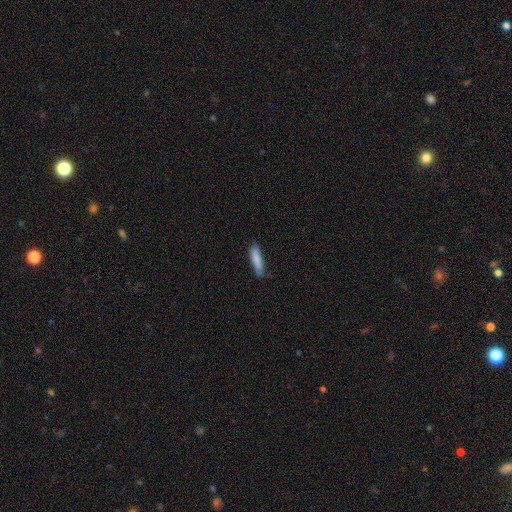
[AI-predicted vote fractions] Smooth or featured? Predicted: smooth (p=0.62). How rounded? Predicted: cigar-shaped (p=0.79). Merging? Predicted: none (p=0.83).